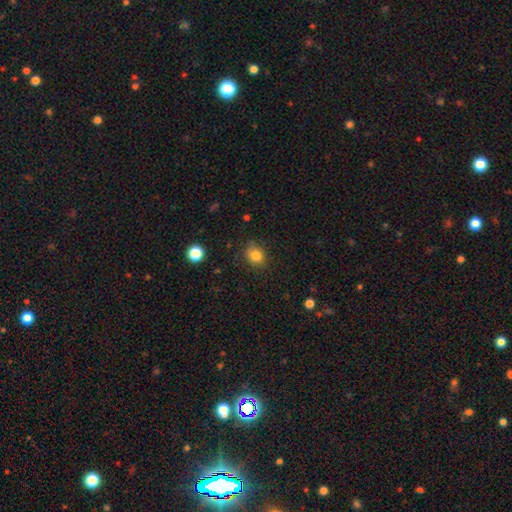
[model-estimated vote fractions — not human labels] Smooth or featured? smooth (82%)
How rounded? round (61%)
Merging? none (80%)